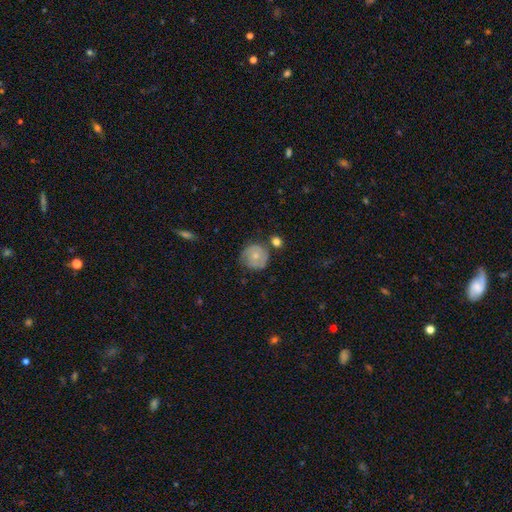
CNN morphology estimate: smooth 49%, featured or disk 44%, star or artifact 7%. Down the decision tree: merging — none (64%).